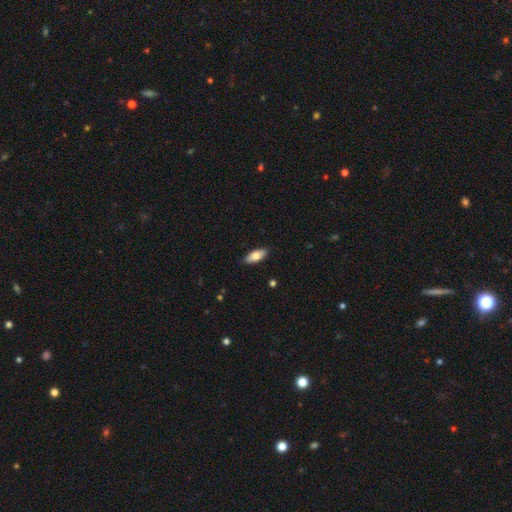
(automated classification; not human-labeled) This is likely a smooth galaxy (74%). How rounded: clearly in between (81%). Merging: clearly none (88%).